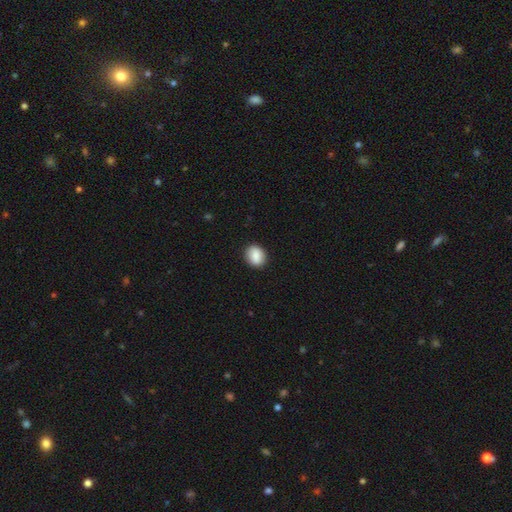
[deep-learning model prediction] This appears to be a smooth galaxy with no disk features (85%) that is round (53%). Merging: none (89%).